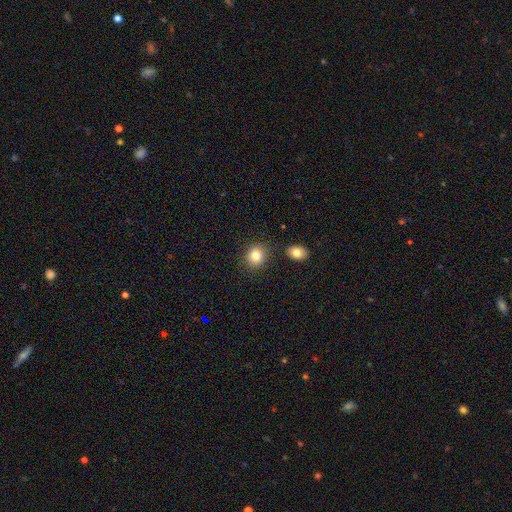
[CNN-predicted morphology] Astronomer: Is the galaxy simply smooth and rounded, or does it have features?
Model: smooth — 82%.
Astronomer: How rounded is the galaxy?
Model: round — 75%.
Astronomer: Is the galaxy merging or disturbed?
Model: none — 81%.